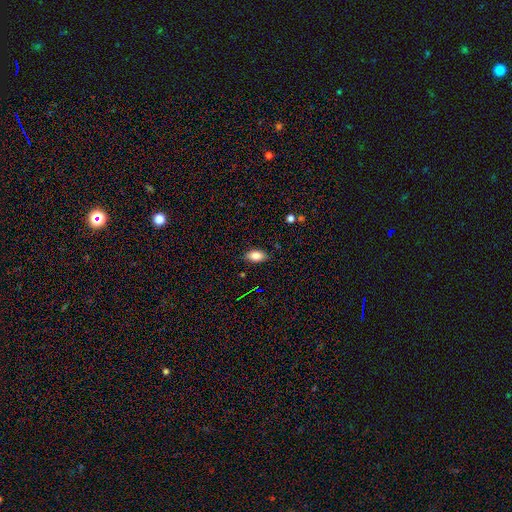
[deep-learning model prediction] This is clearly a smooth galaxy (84%). How rounded: clearly in between (90%). Merging: clearly none (84%).